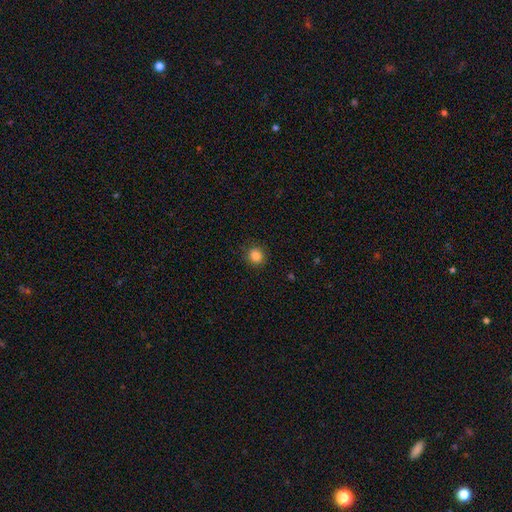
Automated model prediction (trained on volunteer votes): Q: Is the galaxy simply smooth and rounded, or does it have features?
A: smooth — 86%.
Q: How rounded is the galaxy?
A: round — 84%.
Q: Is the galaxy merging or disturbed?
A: none — 89%.